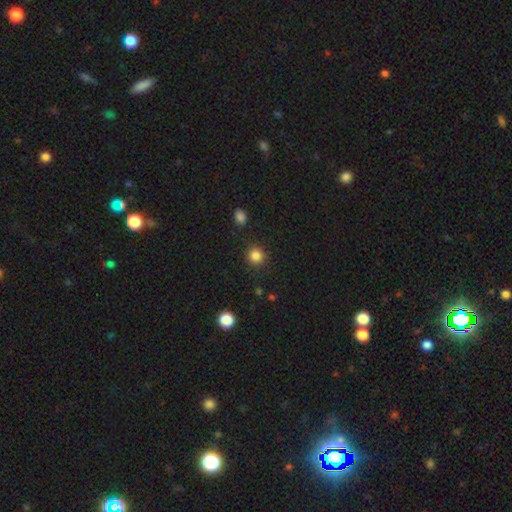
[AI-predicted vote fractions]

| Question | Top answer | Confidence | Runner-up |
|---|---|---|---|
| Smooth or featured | smooth | 85% | star or artifact (11%) |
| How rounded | round | 92% | in between (7%) |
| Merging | none | 89% | minor disturbance (7%) |